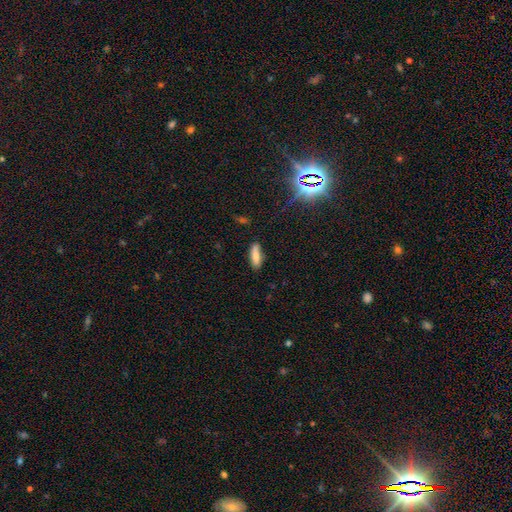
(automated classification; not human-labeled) Morphology: type=smooth (72%); roundness=in between (54%); merging=none (75%).